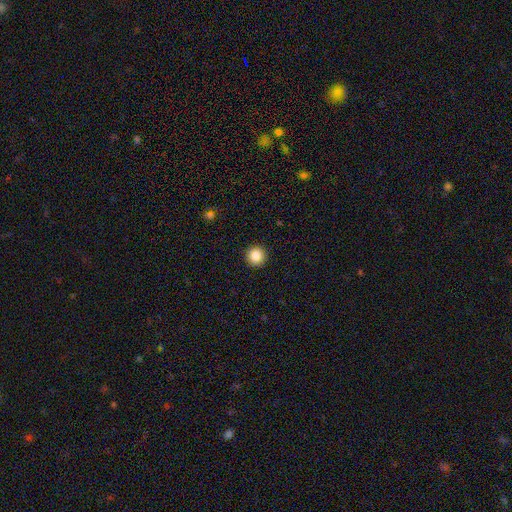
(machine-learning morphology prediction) Smooth or featured? smooth (86%)
How rounded? round (96%)
Merging? none (93%)